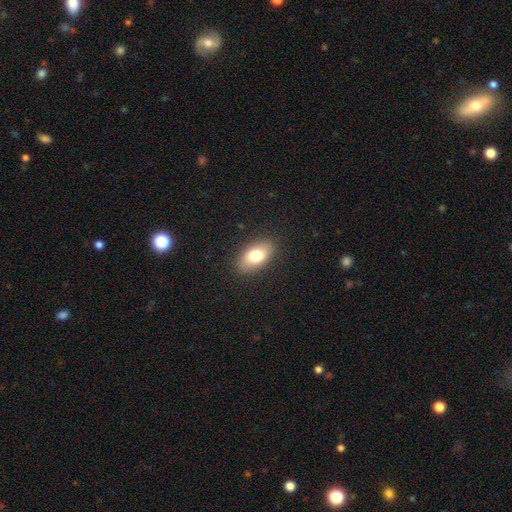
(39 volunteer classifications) Q: Smooth or featured?
A: smooth (82%); runner-up: featured or disk (13%)
Q: How rounded?
A: in between (91%); runner-up: round (9%)
Q: Merging?
A: none (89%); runner-up: minor disturbance (5%)